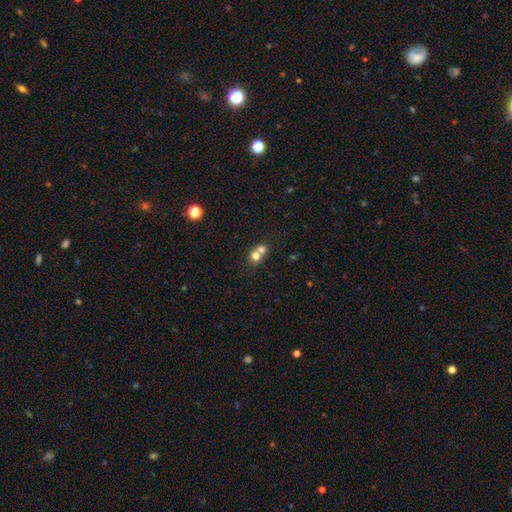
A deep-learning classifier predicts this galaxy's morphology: A smooth galaxy with no disk features (73%) that is round (79%).

Vote fractions:
- Smooth or featured? smooth: 73% / featured or disk: 14% / star or artifact: 13%
- How rounded? round: 79% / in between: 20% / cigar-shaped: 1%
- Merging? merger: 63% / none: 31% / minor disturbance: 4% / major disturbance: 2%